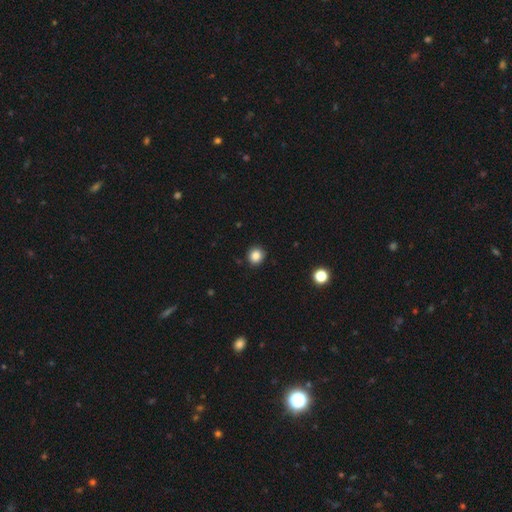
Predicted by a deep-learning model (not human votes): Smooth or featured: smooth — 85% (star or artifact — 11%)
How rounded: round — 89% (in between — 10%)
Merging: none — 90% (minor disturbance — 7%)